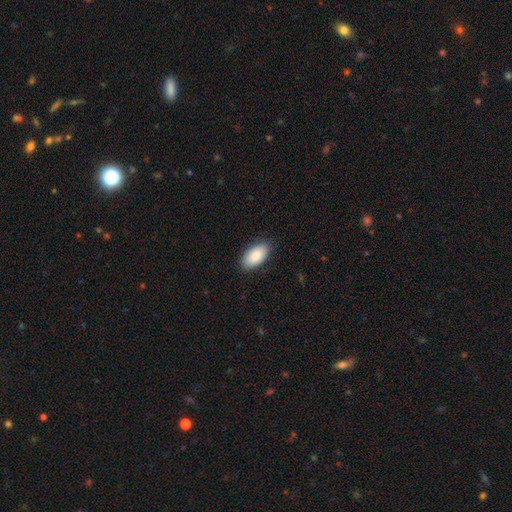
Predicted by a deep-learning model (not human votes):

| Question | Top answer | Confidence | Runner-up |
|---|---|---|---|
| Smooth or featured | smooth | 89% | star or artifact (6%) |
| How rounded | in between | 95% | cigar-shaped (3%) |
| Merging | none | 86% | minor disturbance (11%) |